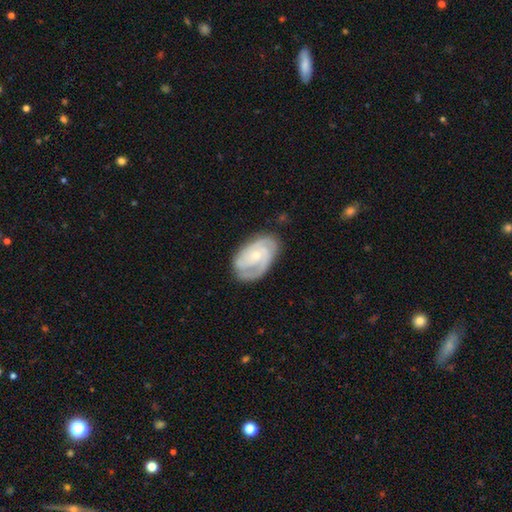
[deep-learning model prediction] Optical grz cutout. It shows a featured or disk galaxy (83%) with no bar (66%), 3 (36%) tight (57%) spiral arms (96%) and a small central bulge (69%). Merging: none (72%).